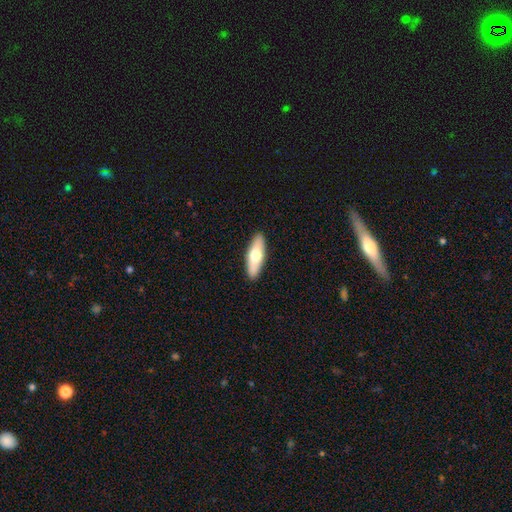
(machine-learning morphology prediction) The model was most divided on "how rounded": in between: 58%, cigar-shaped: 40%, round: 2%. More confident: merging — none (90%); smooth or featured — smooth (61%).